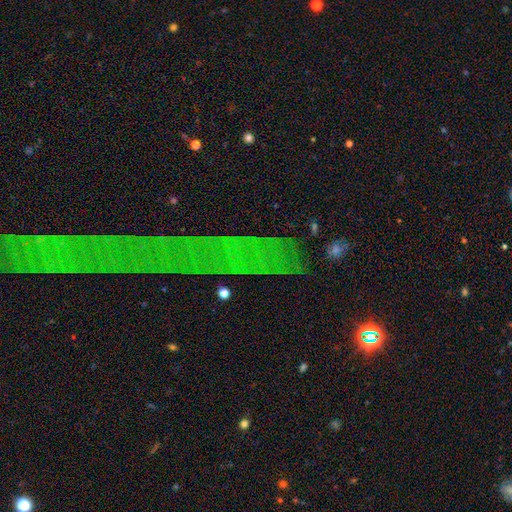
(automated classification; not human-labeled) smooth_or_featured: star or artifact (p=0.77) [alt: smooth p=0.12]